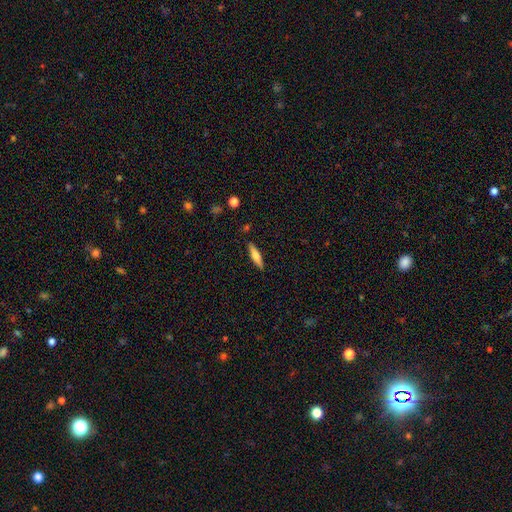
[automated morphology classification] type=smooth (57%); roundness=cigar-shaped (79%); merging=none (88%).